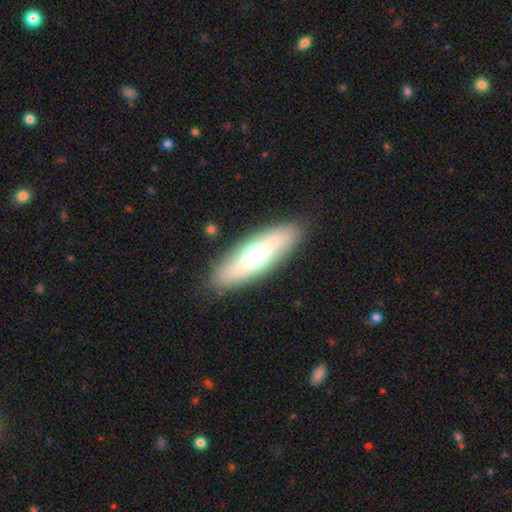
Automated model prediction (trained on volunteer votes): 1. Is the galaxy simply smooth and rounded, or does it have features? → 48% smooth, 46% featured or disk, 6% star or artifact.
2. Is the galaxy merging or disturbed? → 88% none, 8% minor disturbance, 2% major disturbance, 1% merger.